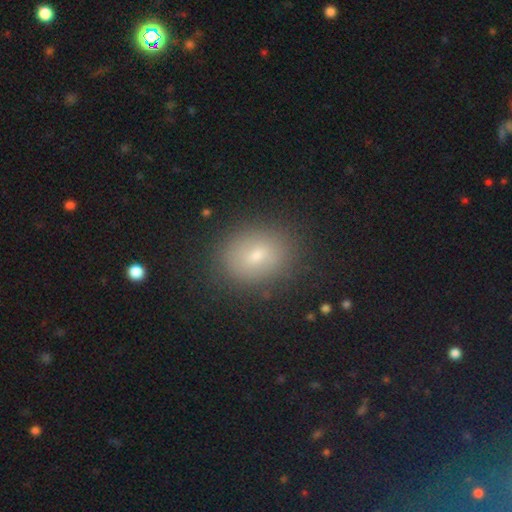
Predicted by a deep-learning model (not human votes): This appears to be a smooth galaxy with no disk features (70%) that is in between round and cigar-shaped (55%). Merging: none (86%).